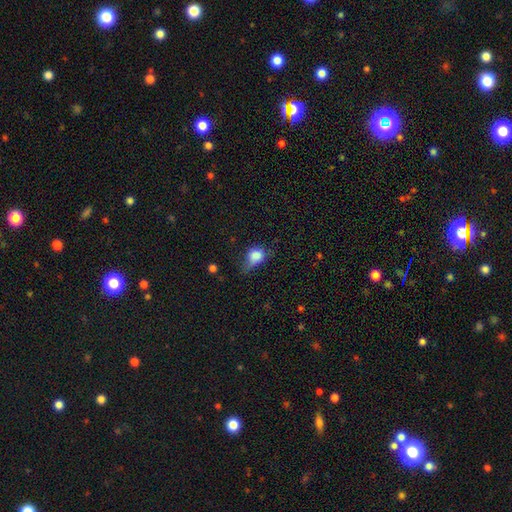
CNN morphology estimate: type=smooth (79%); roundness=in between (50%); merging=minor disturbance (42%).